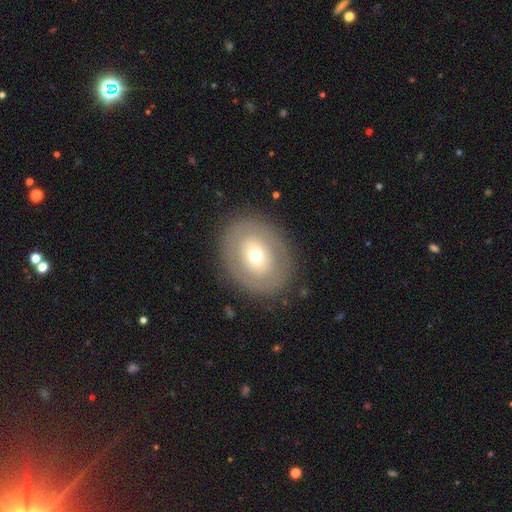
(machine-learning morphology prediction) This appears to be a smooth galaxy with no disk features (51%) that is in between round and cigar-shaped (54%). Merging: none (85%).